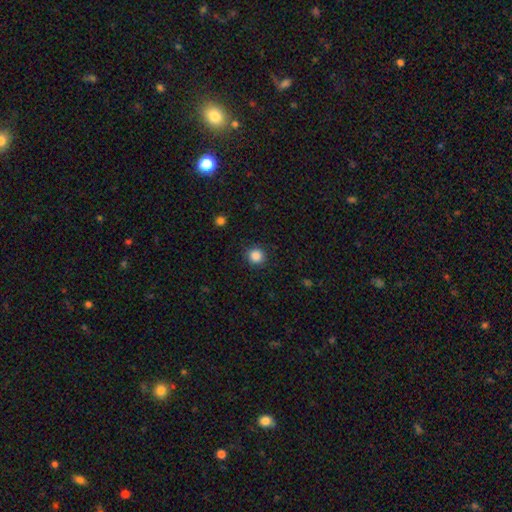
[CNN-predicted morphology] smooth_or_featured: smooth (p=0.86) [alt: star or artifact p=0.11]
how_rounded: round (p=0.95) [alt: in between p=0.05]
merging: none (p=0.91) [alt: minor disturbance p=0.06]